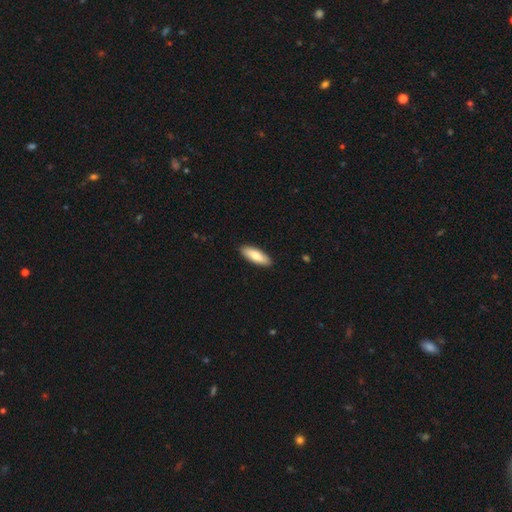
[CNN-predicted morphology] Smooth or featured? smooth (79%)
How rounded? in between (62%)
Merging? none (90%)